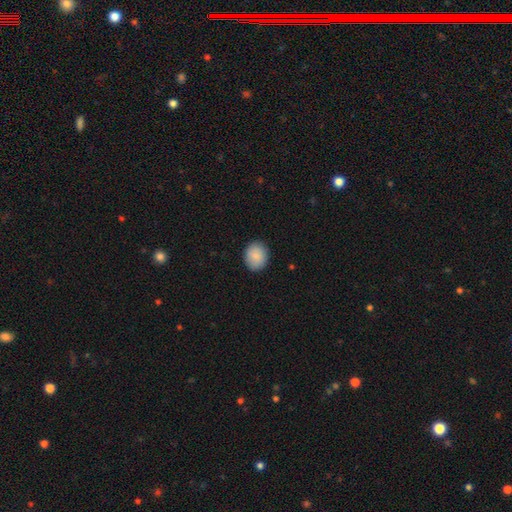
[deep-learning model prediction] Morphology: type=smooth (88%); roundness=round (63%); merging=none (88%).